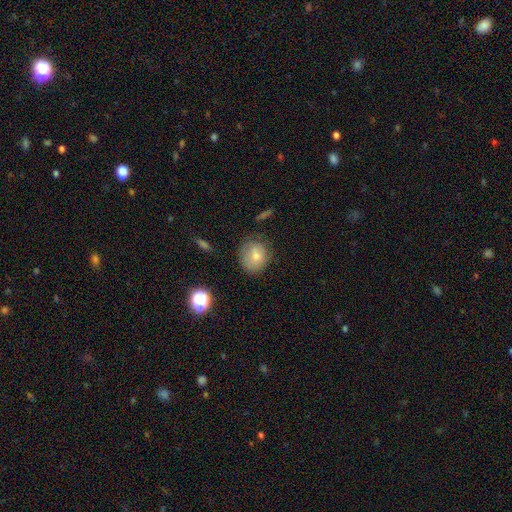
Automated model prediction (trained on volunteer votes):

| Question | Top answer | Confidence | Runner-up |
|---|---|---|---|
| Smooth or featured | smooth | 72% | featured or disk (17%) |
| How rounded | round | 73% | in between (26%) |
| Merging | none | 67% | minor disturbance (23%) |